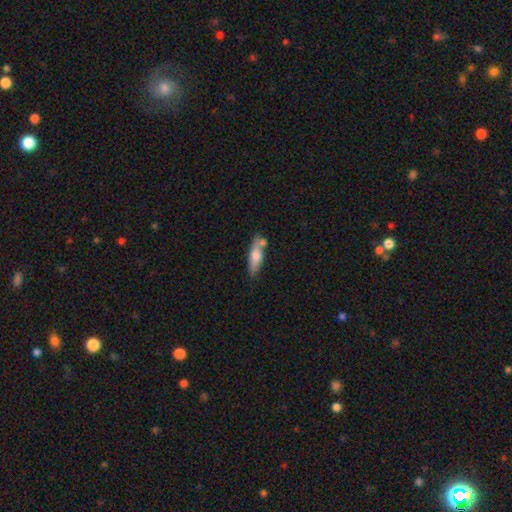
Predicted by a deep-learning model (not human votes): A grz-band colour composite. It shows a smooth galaxy with no disk features (67%) that is cigar-shaped (52%). Merging: none (60%).